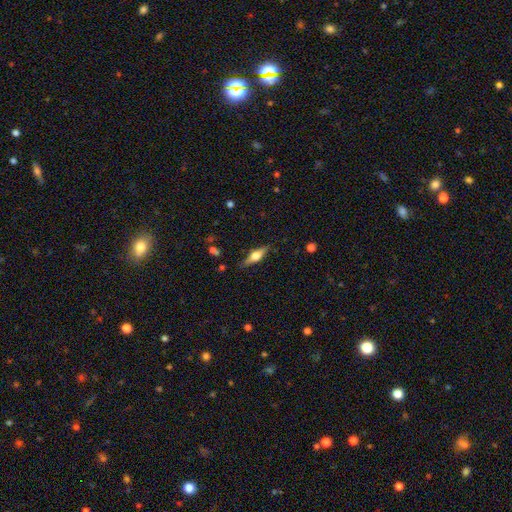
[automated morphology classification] This is possibly a featured or disk galaxy (59%). It is clearly viewed edge-on (95%). Edge-on bulge: clearly rounded (92%). Merging: clearly none (85%).